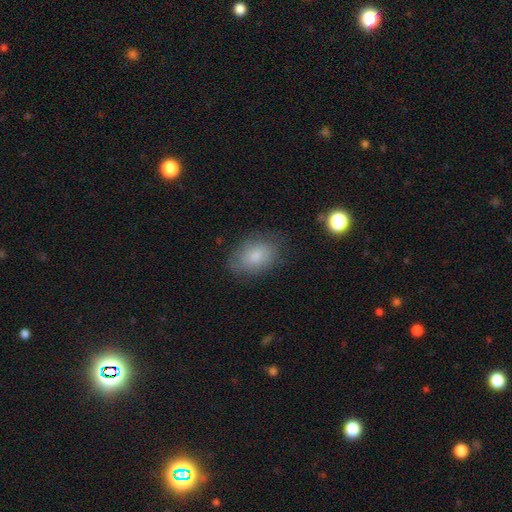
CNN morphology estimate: smooth-or-featured: smooth: 79% | featured or disk: 12% | star or artifact: 8%
  how-rounded: in between: 80% | round: 18% | cigar-shaped: 1%
  merging: none: 75% | minor disturbance: 18% | major disturbance: 6% | merger: 2%